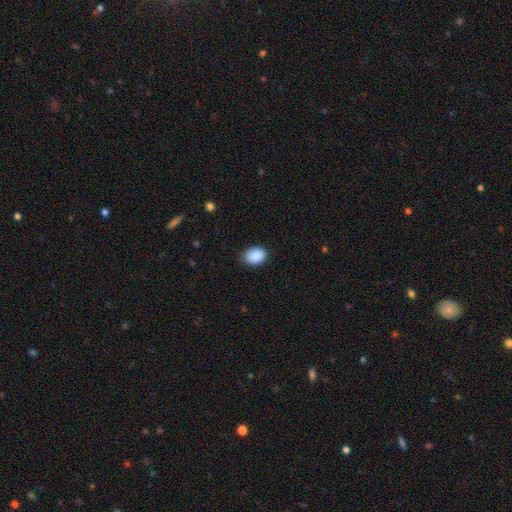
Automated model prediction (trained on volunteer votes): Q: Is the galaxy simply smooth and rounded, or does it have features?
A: smooth — 89%.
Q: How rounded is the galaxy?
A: in between — 71%.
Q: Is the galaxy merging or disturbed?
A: none — 78%.